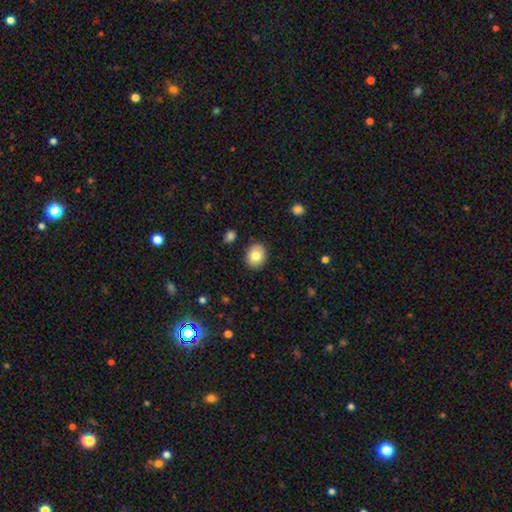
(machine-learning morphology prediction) This appears to be a smooth galaxy with no disk features (81%) that is round (53%). Merging: none (88%).